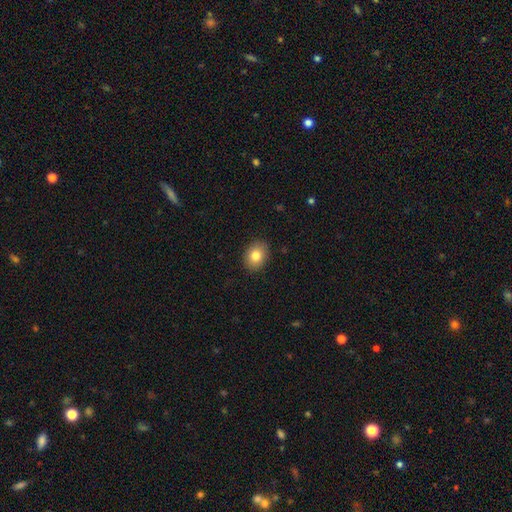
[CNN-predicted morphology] type=smooth (82%); roundness=in between (50%); merging=none (88%).